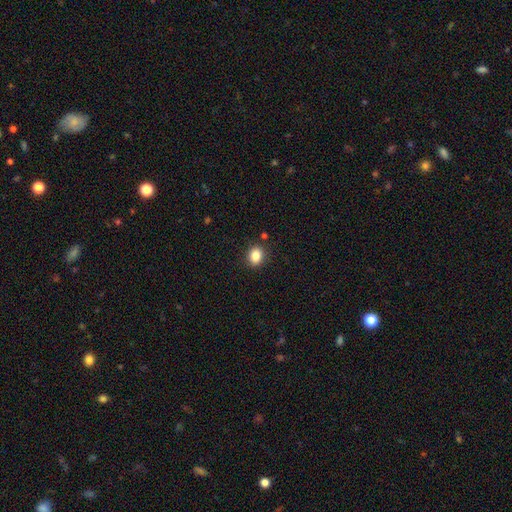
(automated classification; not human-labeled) Morphology: type=smooth (85%); roundness=in between (54%); merging=none (87%).